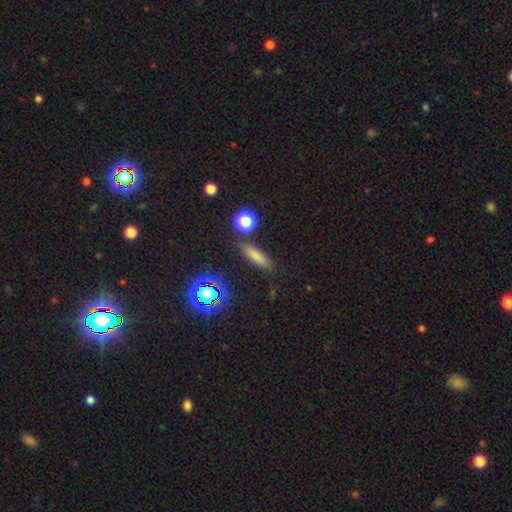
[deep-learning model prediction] Morphology: type=smooth (73%); roundness=cigar-shaped (58%); merging=none (82%).